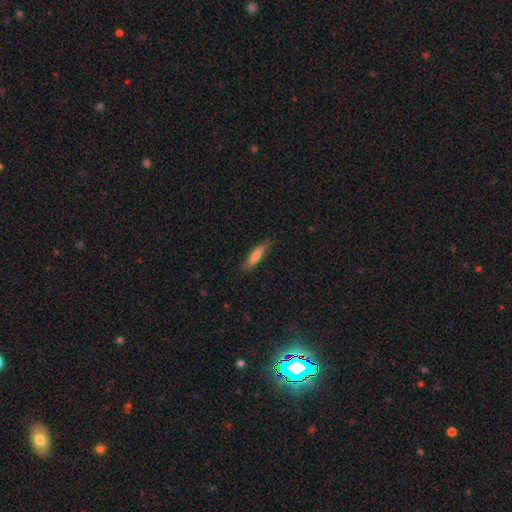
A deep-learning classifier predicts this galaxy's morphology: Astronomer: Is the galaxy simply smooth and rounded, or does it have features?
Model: smooth — 72%.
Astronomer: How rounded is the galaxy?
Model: cigar-shaped — 78%.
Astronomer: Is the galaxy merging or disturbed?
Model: none — 82%.